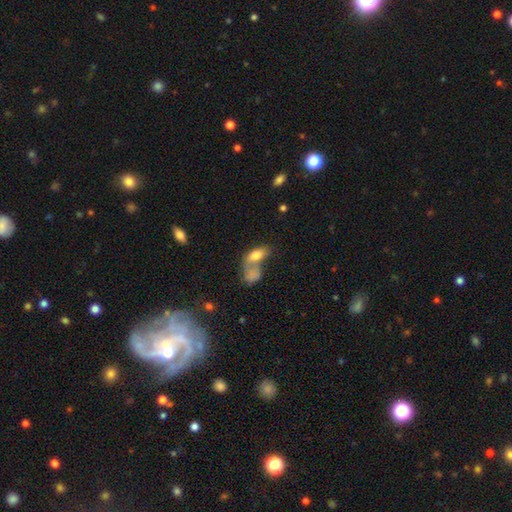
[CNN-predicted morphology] Overall: smooth (73%). How rounded: in between (86%). Merging: merger (57%; none 22%).